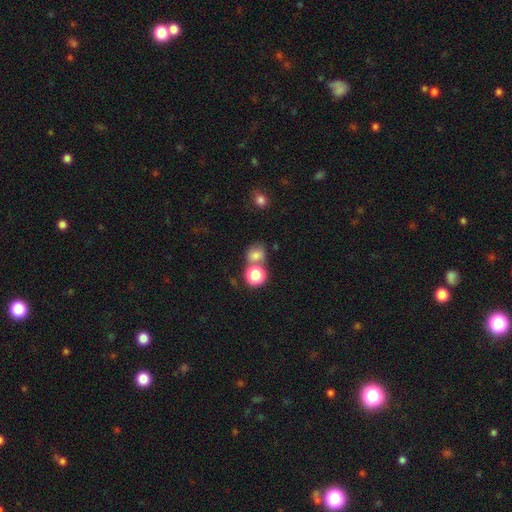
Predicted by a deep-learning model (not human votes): Overall: smooth (74%). How rounded: round (68%; in between 31%). Merging: none (51%; merger 33%).